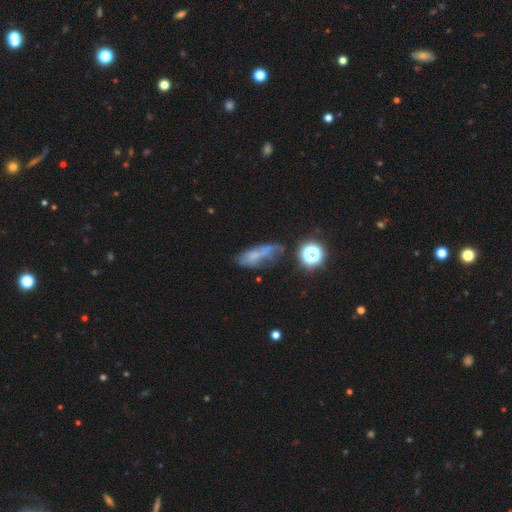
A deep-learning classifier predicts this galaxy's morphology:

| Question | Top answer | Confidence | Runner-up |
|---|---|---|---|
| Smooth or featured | smooth | 50% | featured or disk (30%) |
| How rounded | in between | 59% | cigar-shaped (33%) |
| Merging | none | 39% | minor disturbance (28%) |